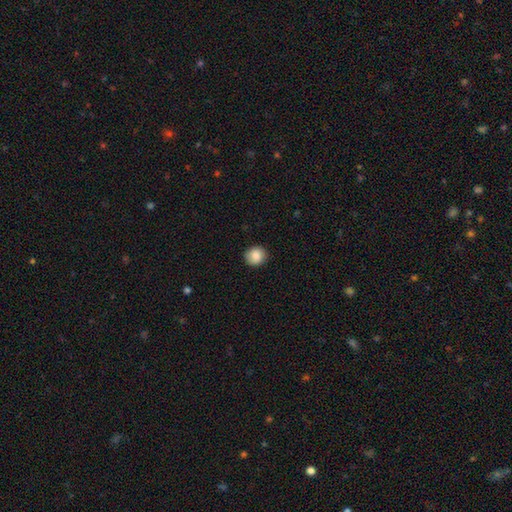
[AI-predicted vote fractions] Overall: smooth (86%). How rounded: round (84%). Merging: none (87%).